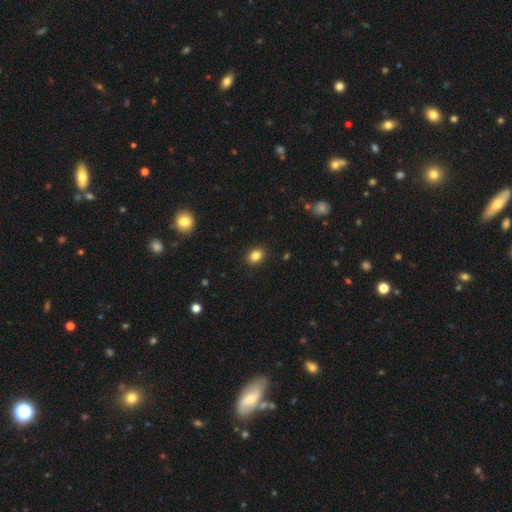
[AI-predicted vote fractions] Smooth or featured: smooth — 85% (star or artifact — 10%)
How rounded: in between — 57% (round — 42%)
Merging: none — 90% (minor disturbance — 7%)